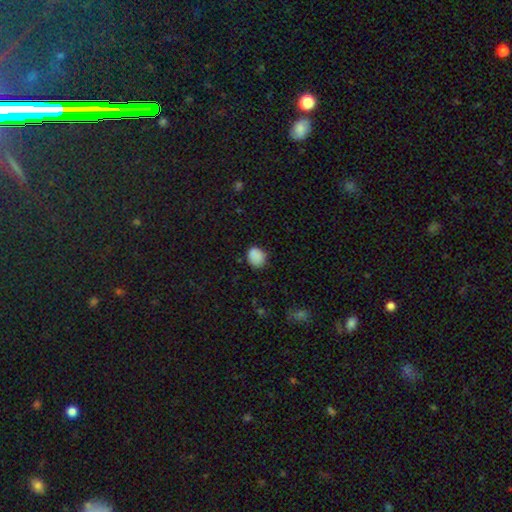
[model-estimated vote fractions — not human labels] Smooth or featured? smooth (87%)
How rounded? round (57%)
Merging? none (74%)